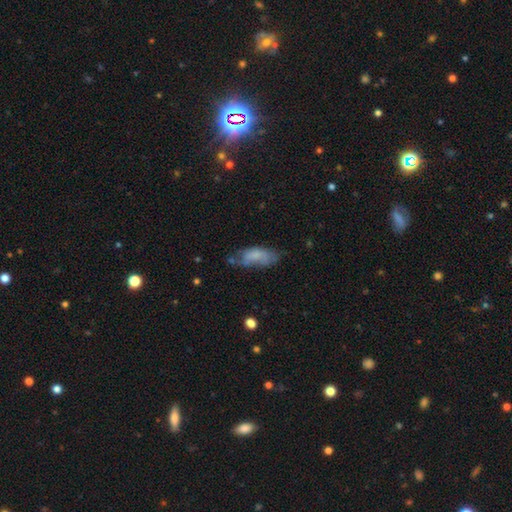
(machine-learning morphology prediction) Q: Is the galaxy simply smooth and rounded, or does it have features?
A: smooth — 68%.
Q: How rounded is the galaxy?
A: in between — 81%.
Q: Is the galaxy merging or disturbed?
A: none — 43%.